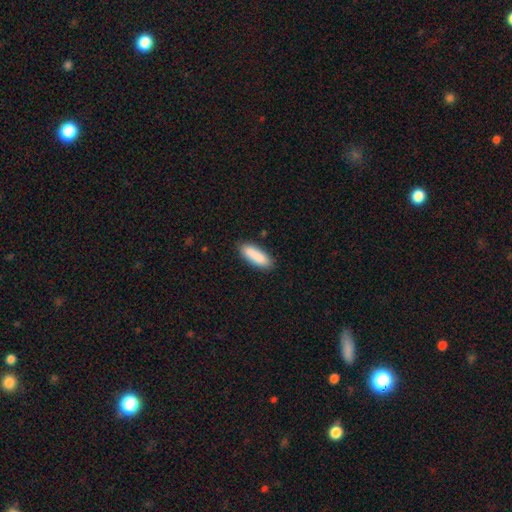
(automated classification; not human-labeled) Smooth or featured?
  - smooth: 88% *
  - featured or disk: 6%
  - star or artifact: 6%
How rounded?
  - in between: 60% *
  - cigar-shaped: 39%
  - round: 2%
Merging?
  - none: 84% *
  - minor disturbance: 12%
  - major disturbance: 2%
  - merger: 2%